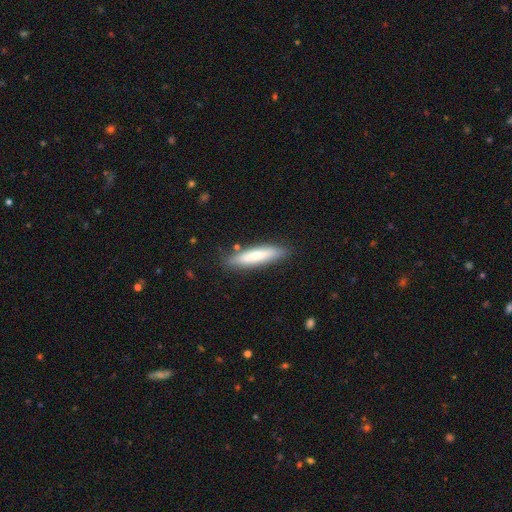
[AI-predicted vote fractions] Smooth or featured? smooth (70%)
How rounded? cigar-shaped (77%)
Merging? none (84%)